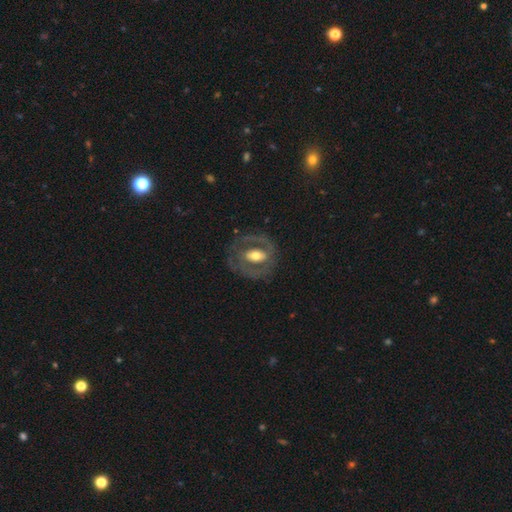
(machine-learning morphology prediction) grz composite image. It shows a featured or disk galaxy (68%) with no bar (42%), no spiral arms (56%) and a moderate central bulge (66%). Merging: none (68%).